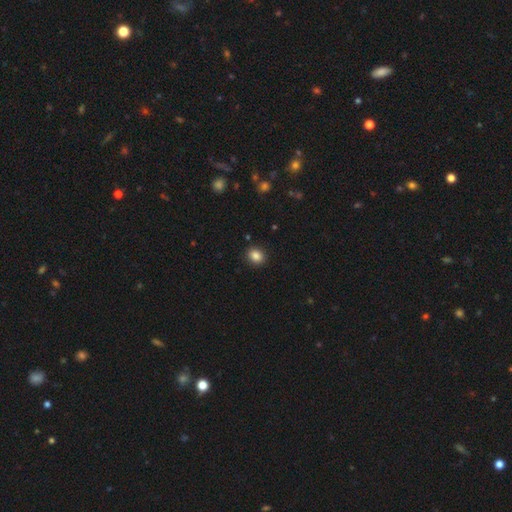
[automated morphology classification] This is clearly a smooth galaxy (86%). How rounded: possibly round (59%). Merging: clearly none (90%).